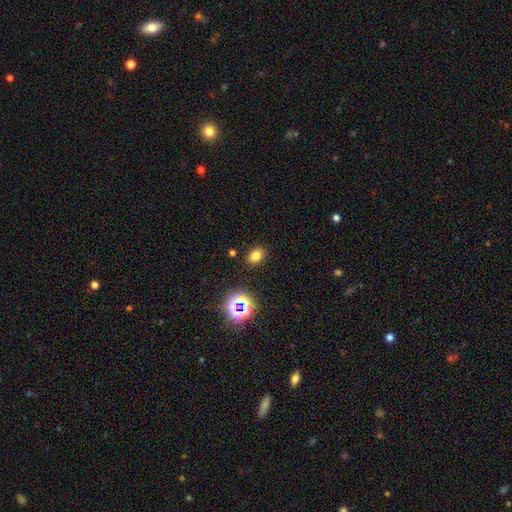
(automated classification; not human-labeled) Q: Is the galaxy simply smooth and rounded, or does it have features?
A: smooth — 74%.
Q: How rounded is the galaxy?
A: in between — 62%.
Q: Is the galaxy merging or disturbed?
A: none — 86%.